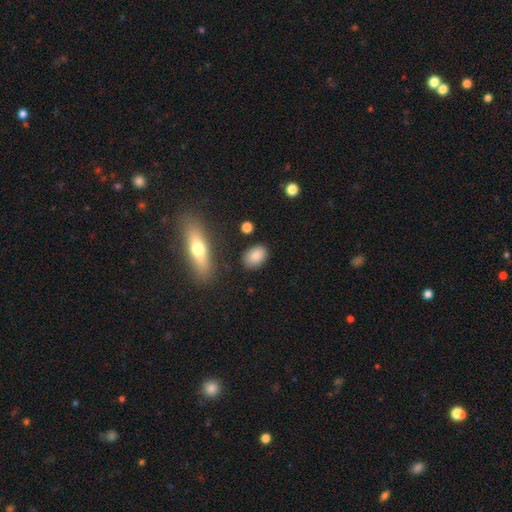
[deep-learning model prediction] Q: Smooth or featured?
A: smooth (84%); runner-up: featured or disk (8%)
Q: How rounded?
A: in between (83%); runner-up: round (15%)
Q: Merging?
A: none (85%); runner-up: minor disturbance (10%)